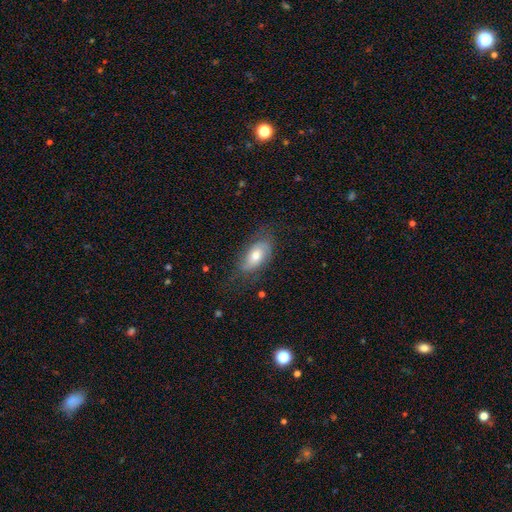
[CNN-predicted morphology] Smooth or featured: smooth — 57% (featured or disk — 35%)
How rounded: in between — 90% (cigar-shaped — 5%)
Merging: none — 66% (minor disturbance — 23%)